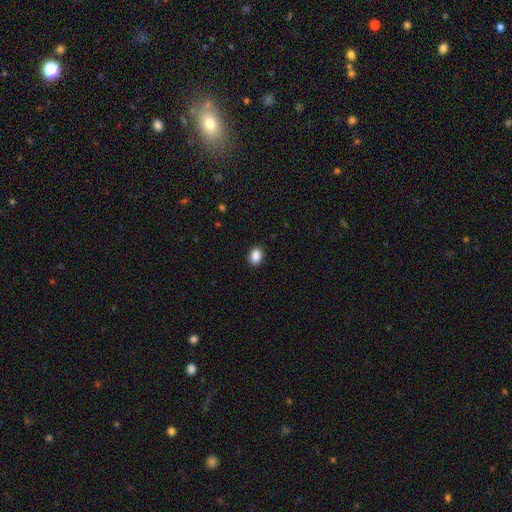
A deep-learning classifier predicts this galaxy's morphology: A smooth galaxy with no disk features (89%) that is in between round and cigar-shaped (63%).

Vote fractions:
- Smooth or featured? smooth: 89% / star or artifact: 9% / featured or disk: 3%
- How rounded? in between: 63% / round: 36% / cigar-shaped: 1%
- Merging? none: 89% / minor disturbance: 8% / major disturbance: 2% / merger: 1%